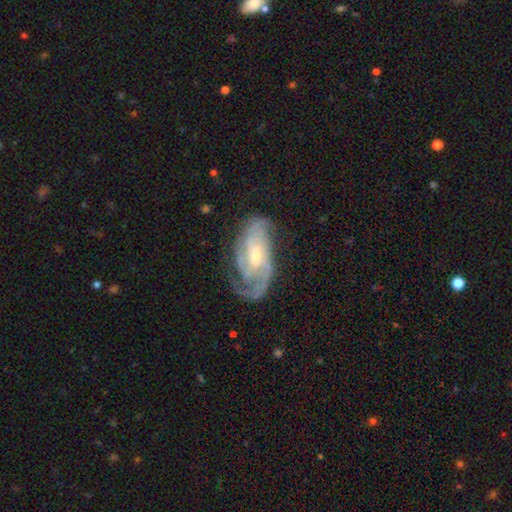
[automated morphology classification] type=featured or disk (88%); edge-on=no (96%); bar=weak (45%); spiral arms=yes (96%); winding=tight (49%); arm count=2 (38%); bulge=small (53%); merging=none (63%).